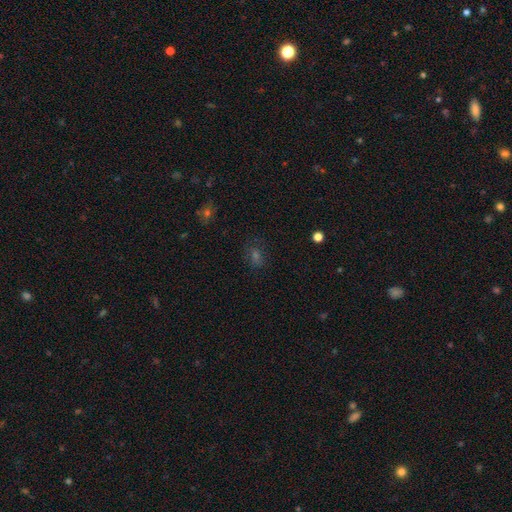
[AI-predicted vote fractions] A smooth galaxy with no disk features (48%). Merging: none (78%).